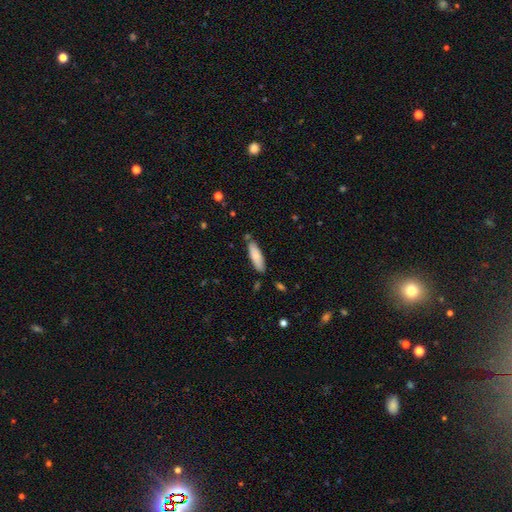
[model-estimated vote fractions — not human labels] Smooth or featured? Predicted: smooth (p=0.79). How rounded? Predicted: cigar-shaped (p=0.55). Merging? Predicted: none (p=0.79).